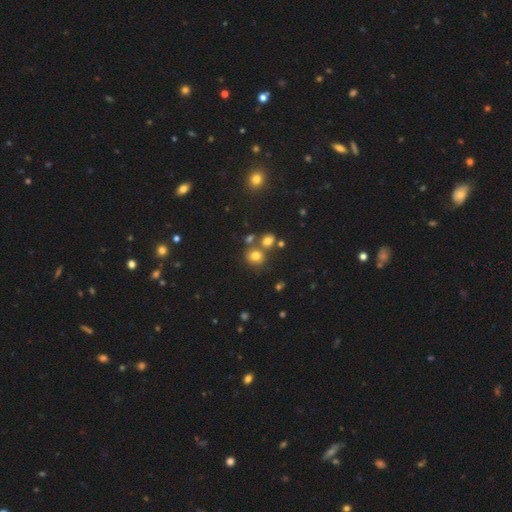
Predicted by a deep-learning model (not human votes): A smooth galaxy with no disk features (73%) that is round (76%). Merging: none (60%).